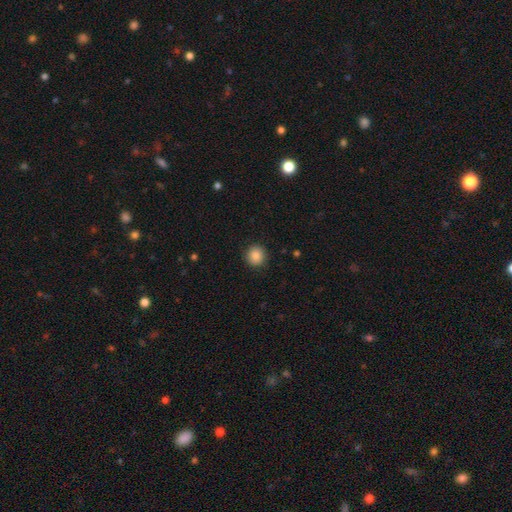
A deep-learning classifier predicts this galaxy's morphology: Smooth or featured? smooth (86%)
How rounded? round (92%)
Merging? none (91%)